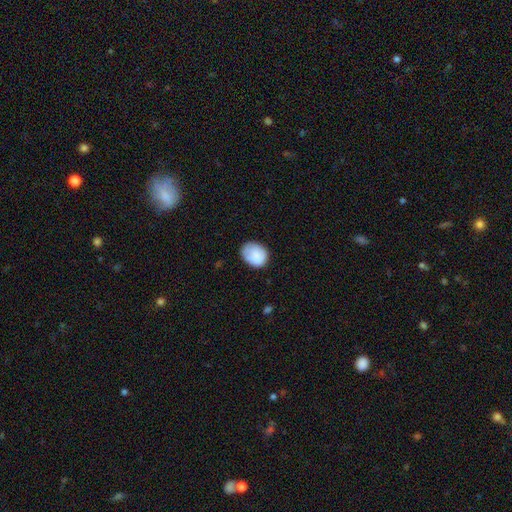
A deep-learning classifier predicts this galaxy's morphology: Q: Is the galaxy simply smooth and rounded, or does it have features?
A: smooth — 86%.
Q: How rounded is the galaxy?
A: in between — 51%.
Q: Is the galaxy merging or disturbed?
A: none — 74%.